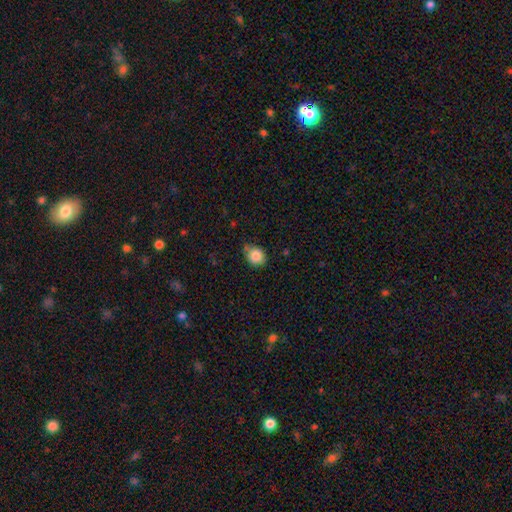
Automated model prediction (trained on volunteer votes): Smooth or featured?
  - smooth: 84% *
  - star or artifact: 9%
  - featured or disk: 7%
How rounded?
  - round: 66% *
  - in between: 33%
  - cigar-shaped: 1%
Merging?
  - none: 69% *
  - minor disturbance: 25%
  - major disturbance: 4%
  - merger: 3%